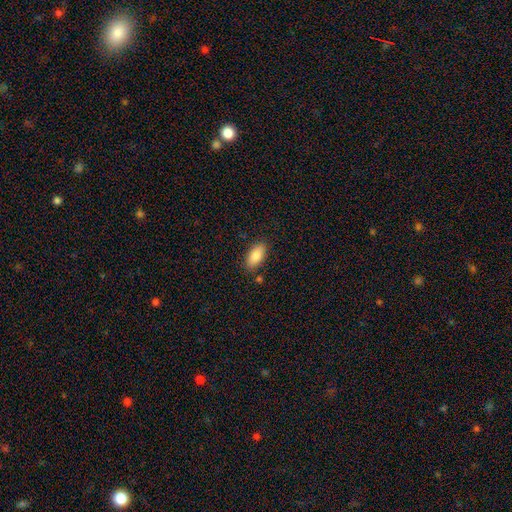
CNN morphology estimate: The model was most divided on "merging": none: 85%, minor disturbance: 11%, merger: 2%, major disturbance: 2%. More confident: how rounded — in between (90%); smooth or featured — smooth (85%).